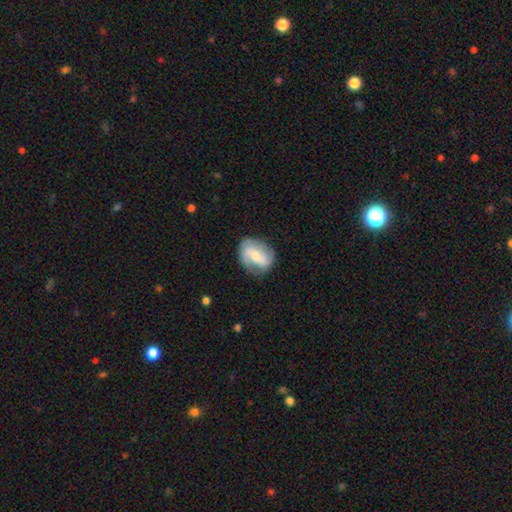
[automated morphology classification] type=featured or disk (71%); edge-on=no (97%); bar=weak (44%); spiral arms=yes (91%); winding=medium (41%); arm count=2 (78%); bulge=small (47%); merging=none (73%).